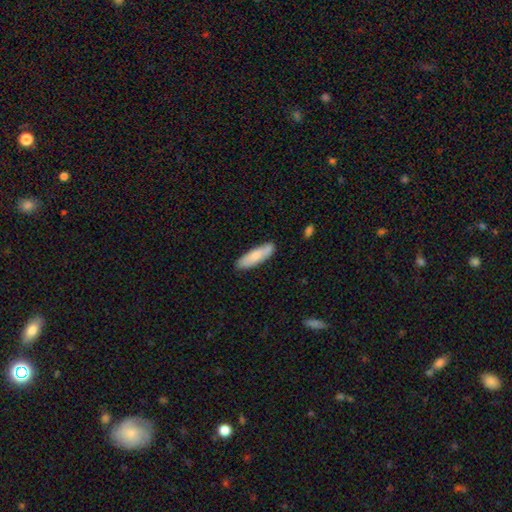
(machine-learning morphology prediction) Smooth or featured: smooth — 81% (featured or disk — 14%)
How rounded: cigar-shaped — 62% (in between — 37%)
Merging: none — 85% (minor disturbance — 12%)